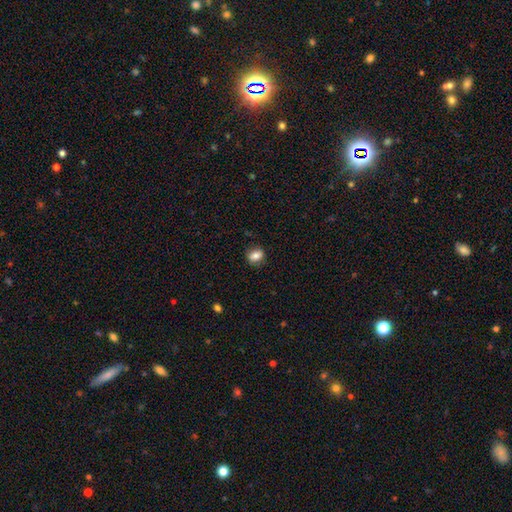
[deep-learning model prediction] Overall: smooth (80%). How rounded: in between (53%; round 45%). Merging: none (83%).